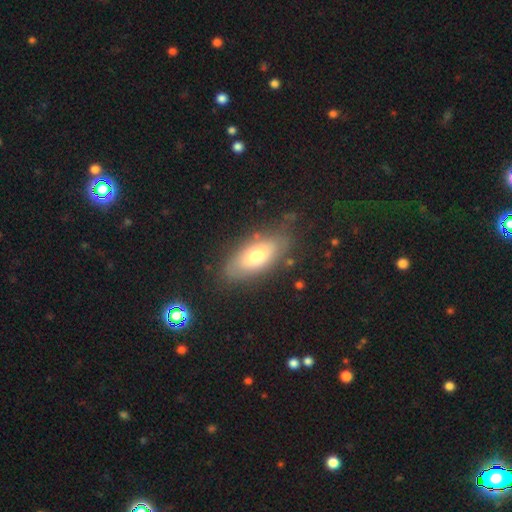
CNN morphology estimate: The model was most divided on "smooth or featured": smooth: 61%, featured or disk: 31%, star or artifact: 7%. More confident: how rounded — in between (84%); merging — none (75%).